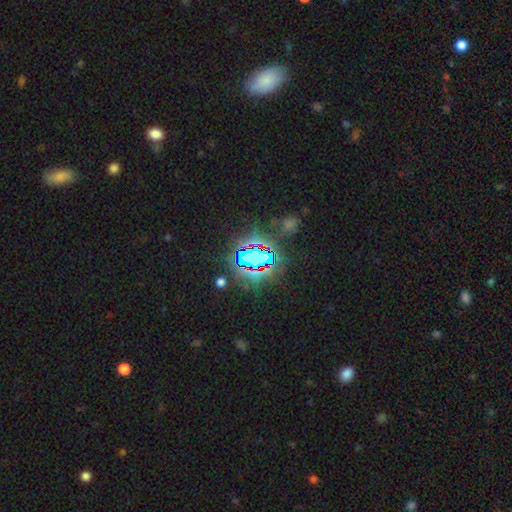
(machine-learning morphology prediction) This is clearly a star or artifact rather than a galaxy (81%).